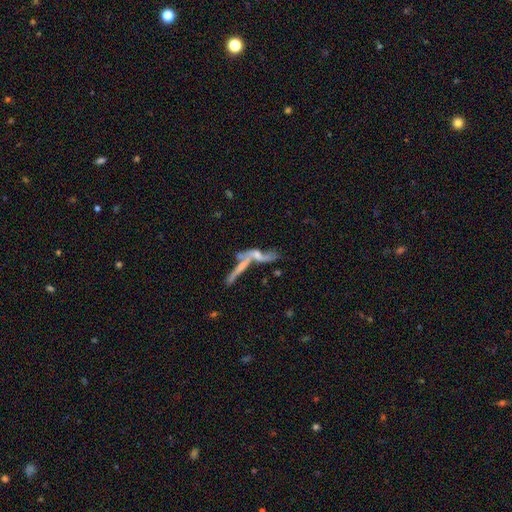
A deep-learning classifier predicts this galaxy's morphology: featured or disk 56%, smooth 32%, star or artifact 12%. Down the decision tree: edge-on disk — no (60%); merging — merger (55%).